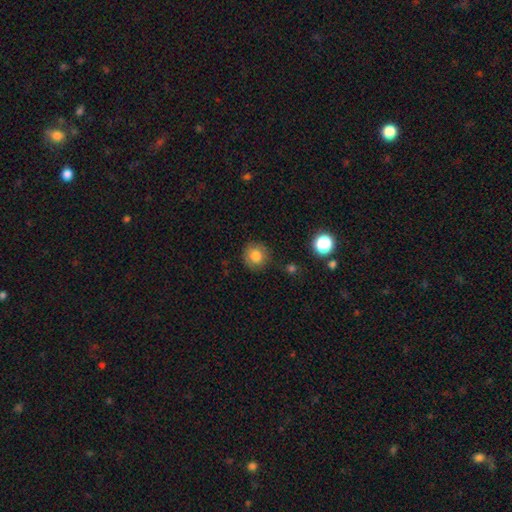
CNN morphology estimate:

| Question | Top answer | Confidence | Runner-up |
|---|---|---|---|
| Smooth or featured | smooth | 81% | star or artifact (10%) |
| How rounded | round | 91% | in between (8%) |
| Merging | none | 84% | minor disturbance (11%) |